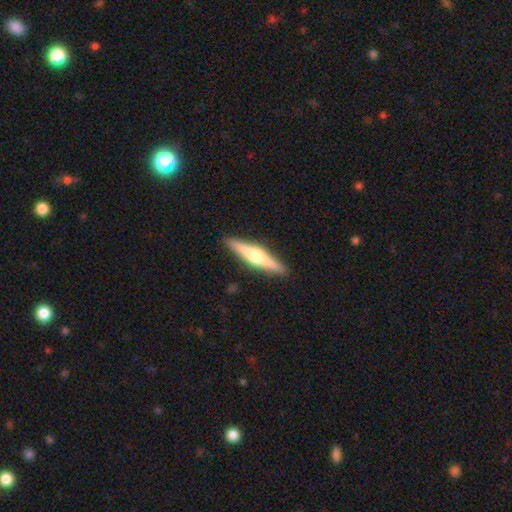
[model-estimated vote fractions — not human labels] smooth_or_featured: featured or disk (p=0.63) [alt: smooth p=0.31]
disk_edge_on: yes (p=0.97) [alt: no p=0.03]
edge_on_bulge: rounded (p=0.90) [alt: boxy p=0.06]
merging: none (p=0.91) [alt: minor disturbance p=0.06]